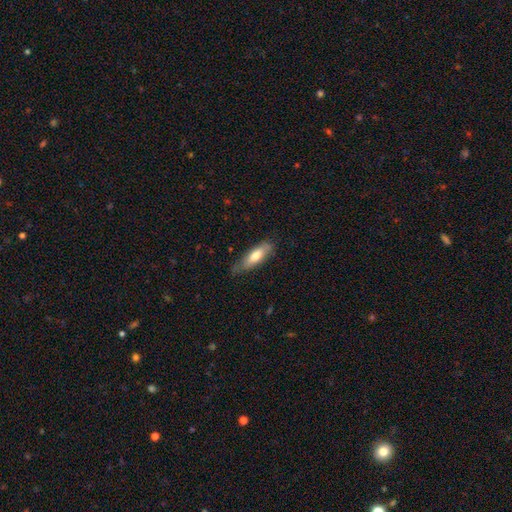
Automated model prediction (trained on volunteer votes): This is likely a smooth galaxy (69%). How rounded: possibly in between (51%). Merging: likely none (68%).